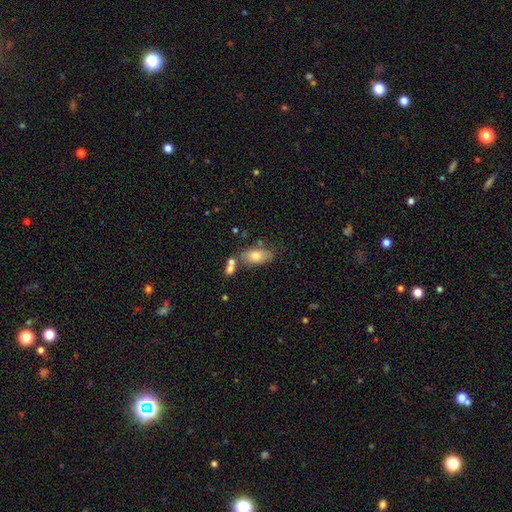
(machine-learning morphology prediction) type=smooth (77%); roundness=in between (89%); merging=none (62%).